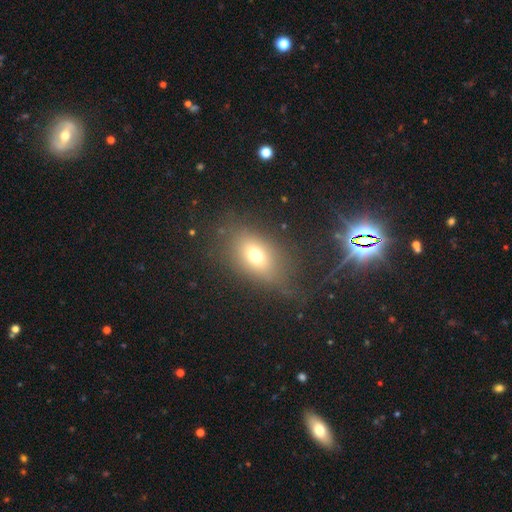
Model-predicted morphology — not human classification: Smooth or featured? Predicted: smooth (p=0.67). How rounded? Predicted: in between (p=0.71). Merging? Predicted: none (p=0.63).